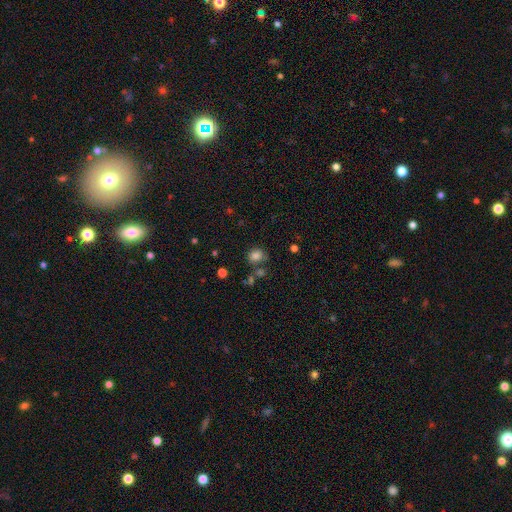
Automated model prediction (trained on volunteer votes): smooth 81%, star or artifact 14%, featured or disk 6%. Down the decision tree: how rounded — round (68%); merging — none (71%).